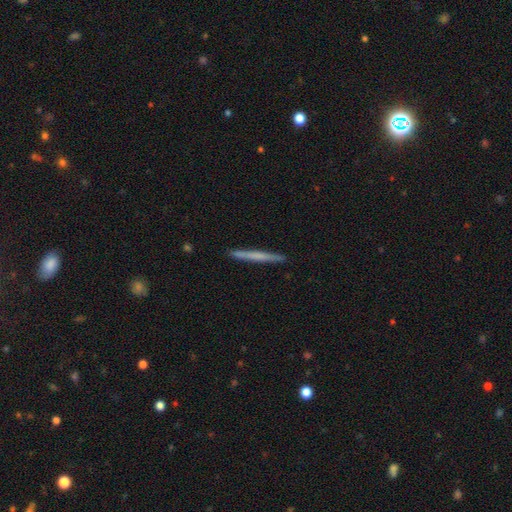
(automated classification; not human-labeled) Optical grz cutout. It shows a smooth galaxy with no disk features (52%) that is cigar-shaped (97%). Merging: none (92%).